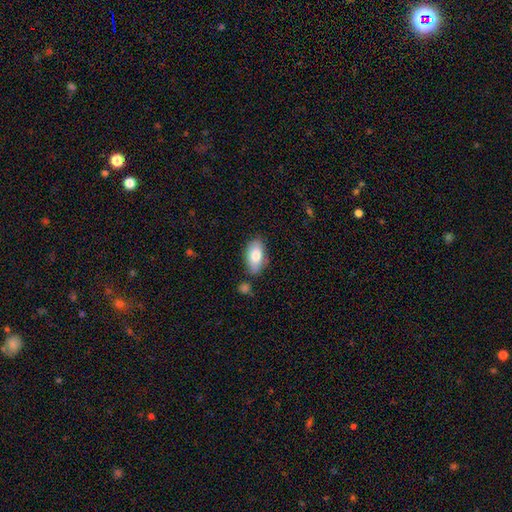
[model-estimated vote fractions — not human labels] Overall: smooth (80%). How rounded: in between (93%). Merging: none (74%).